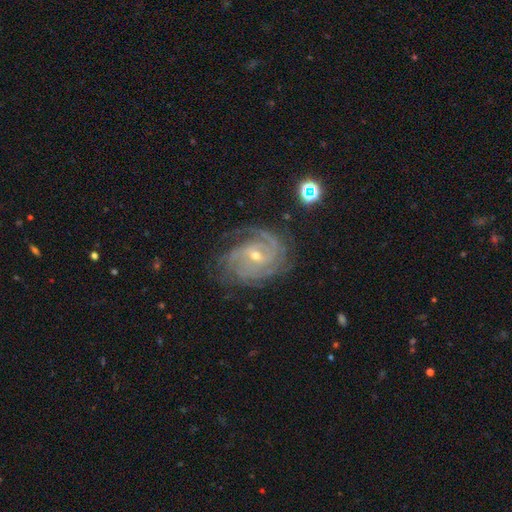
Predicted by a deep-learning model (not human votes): This appears to be a featured or disk galaxy (89%) with a weak bar (45%), 3 (26%) tight (67%) spiral arms (98%) and a small central bulge (61%). Merging: none (71%).